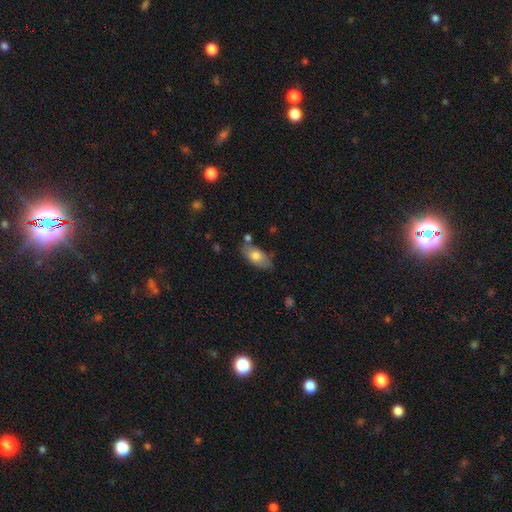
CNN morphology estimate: This is likely a smooth galaxy (75%). How rounded: clearly in between (89%). Merging: likely none (69%).